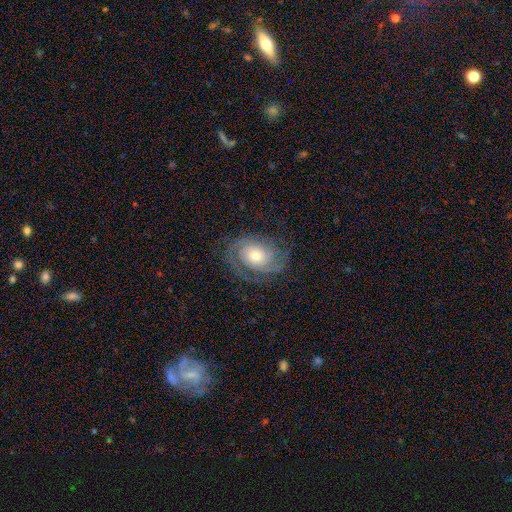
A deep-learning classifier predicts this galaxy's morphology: A featured or disk galaxy (83%) with no bar (75%), 2 (67%) tight (59%) spiral arms (96%) and a moderate central bulge (59%). Merging: none (75%).